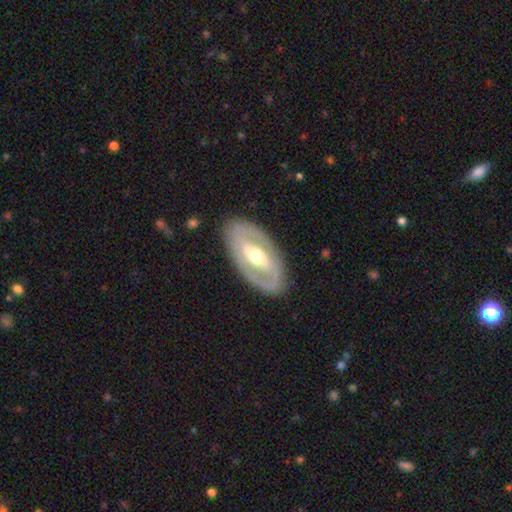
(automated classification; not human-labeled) Morphology: type=featured or disk (75%); edge-on=no (91%); bar=strong (35%, tied with weak); spiral arms=yes (53%); bulge=moderate (68%); merging=none (85%).